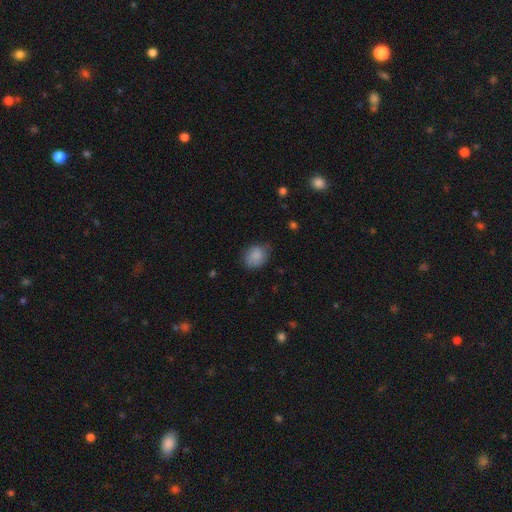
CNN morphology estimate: smooth-or-featured: smooth: 82% | featured or disk: 10% | star or artifact: 8%
  how-rounded: in between: 52% | round: 47% | cigar-shaped: 1%
  merging: none: 67% | minor disturbance: 26% | major disturbance: 6% | merger: 1%